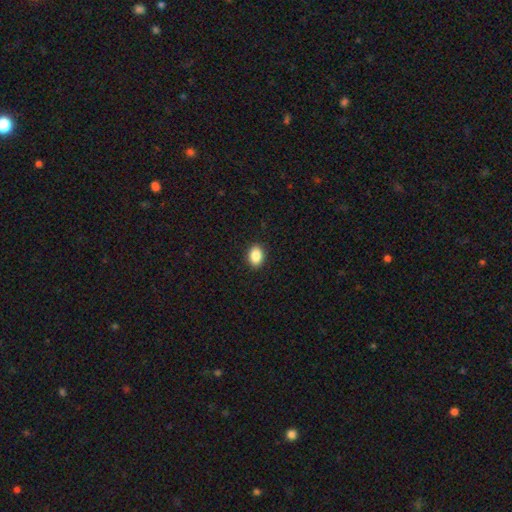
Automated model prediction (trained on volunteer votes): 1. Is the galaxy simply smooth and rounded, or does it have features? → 87% smooth, 8% star or artifact, 5% featured or disk.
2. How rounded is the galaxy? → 78% in between, 21% round, 1% cigar-shaped.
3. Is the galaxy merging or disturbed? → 91% none, 7% minor disturbance, 2% major disturbance, 1% merger.